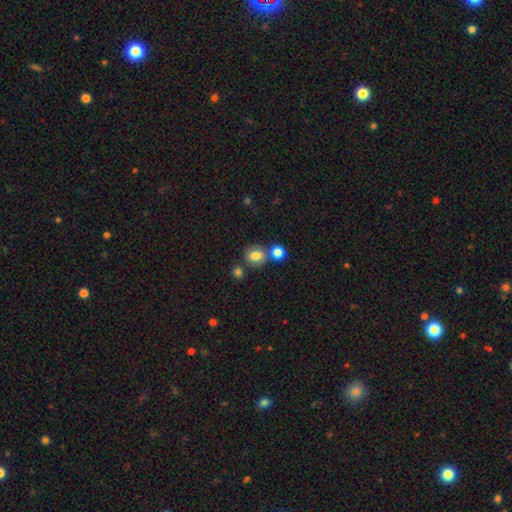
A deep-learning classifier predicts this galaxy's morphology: Smooth or featured? smooth (78%)
How rounded? round (68%)
Merging? none (63%)